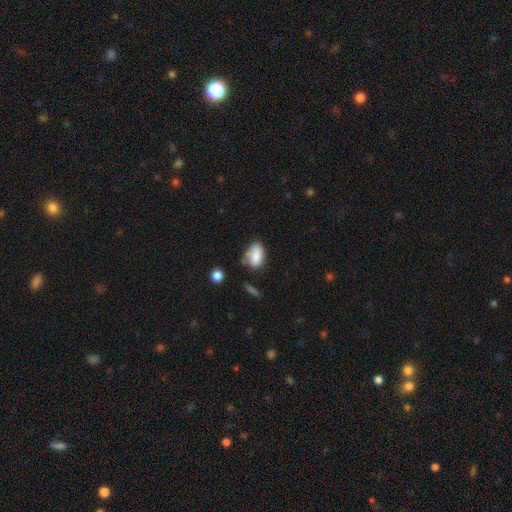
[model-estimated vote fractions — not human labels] This is clearly a smooth galaxy (81%). How rounded: clearly in between (89%). Merging: possibly none (52%).